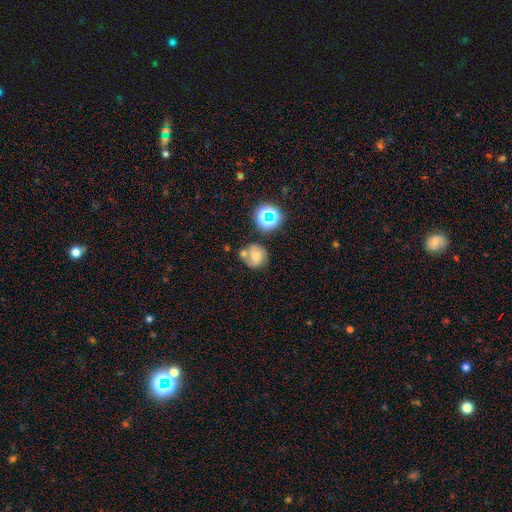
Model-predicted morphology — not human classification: type=smooth (54%); roundness=round (80%); merging=none (50%).